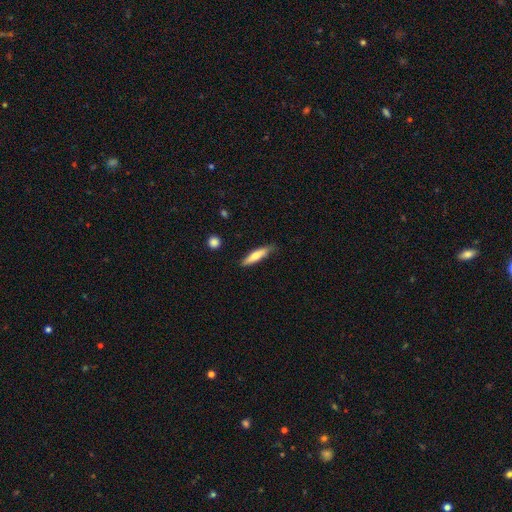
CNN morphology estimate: Q: Smooth or featured?
A: smooth (62%); runner-up: featured or disk (32%)
Q: How rounded?
A: cigar-shaped (78%); runner-up: in between (20%)
Q: Merging?
A: none (81%); runner-up: minor disturbance (15%)